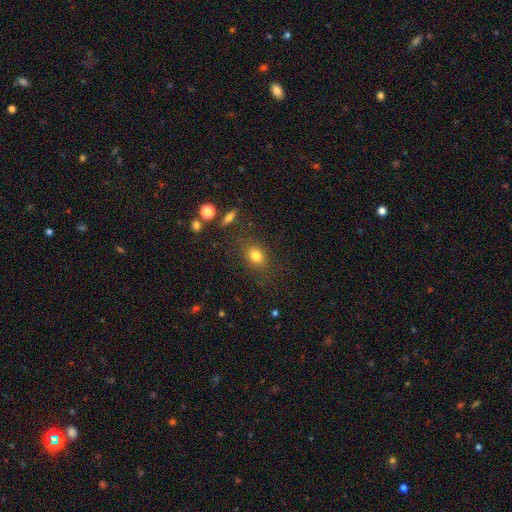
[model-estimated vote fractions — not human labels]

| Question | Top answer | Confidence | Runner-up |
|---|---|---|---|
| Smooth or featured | smooth | 78% | star or artifact (12%) |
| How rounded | in between | 57% | round (41%) |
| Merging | none | 79% | minor disturbance (13%) |